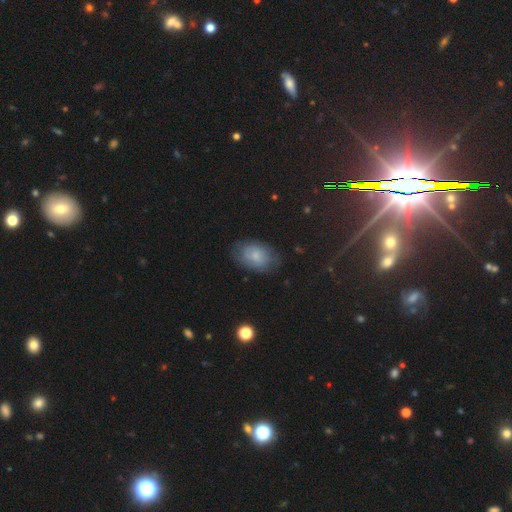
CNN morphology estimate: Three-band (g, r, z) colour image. It shows a featured or disk galaxy (46%). Merging: none (71%).